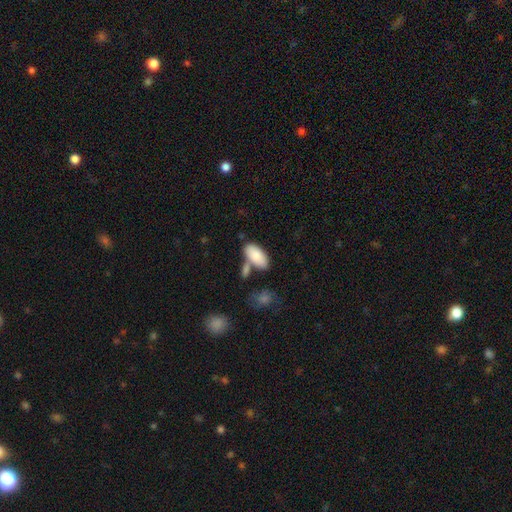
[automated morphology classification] A smooth galaxy with no disk features (85%) that is in between round and cigar-shaped (93%). Merging: none (60%).